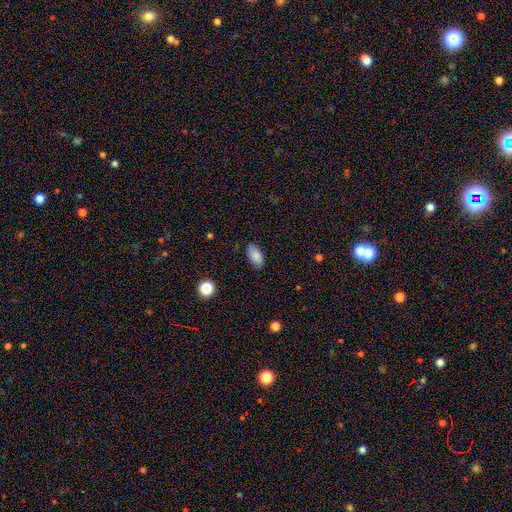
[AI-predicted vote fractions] smooth 85%, star or artifact 8%, featured or disk 7%. Down the decision tree: how rounded — in between (93%); merging — none (84%).